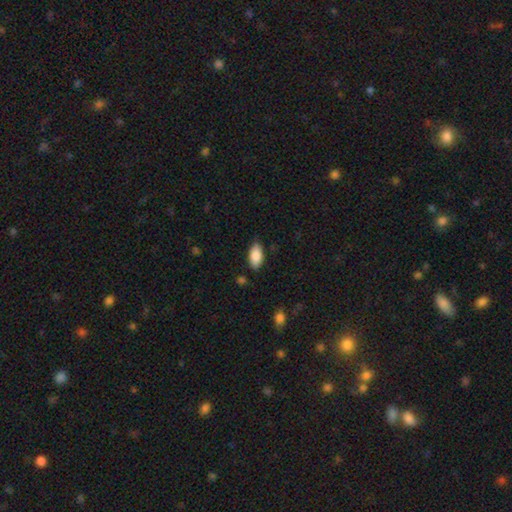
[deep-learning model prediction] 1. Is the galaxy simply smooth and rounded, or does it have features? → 88% smooth, 6% star or artifact, 6% featured or disk.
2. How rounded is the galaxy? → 93% in between, 5% cigar-shaped, 2% round.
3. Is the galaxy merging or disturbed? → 82% none, 14% minor disturbance, 3% major disturbance, 1% merger.